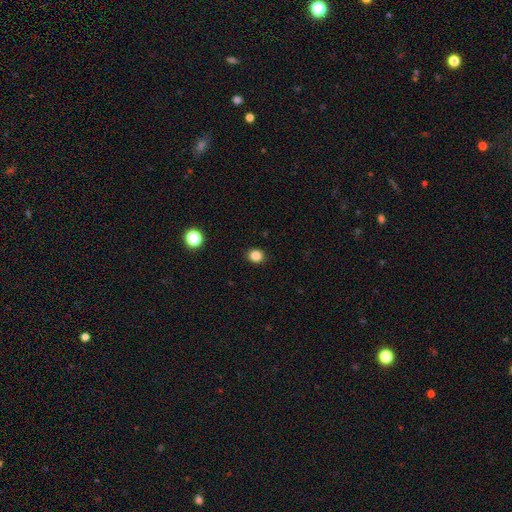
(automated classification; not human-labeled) Smooth or featured: smooth — 84% (star or artifact — 12%)
How rounded: round — 80% (in between — 19%)
Merging: none — 91% (minor disturbance — 6%)